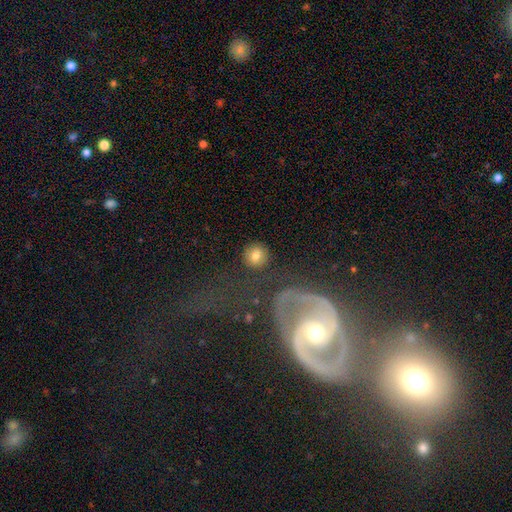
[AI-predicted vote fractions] Smooth or featured?
  - smooth: 78% *
  - featured or disk: 13%
  - star or artifact: 10%
How rounded?
  - round: 92% *
  - in between: 7%
  - cigar-shaped: 1%
Merging?
  - none: 83% *
  - minor disturbance: 8%
  - merger: 4%
  - major disturbance: 4%